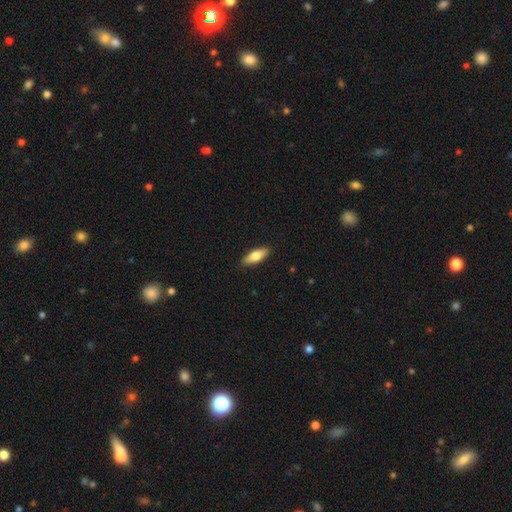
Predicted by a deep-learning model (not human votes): Smooth or featured?
  - smooth: 72% *
  - featured or disk: 22%
  - star or artifact: 6%
How rounded?
  - in between: 63% *
  - cigar-shaped: 34%
  - round: 2%
Merging?
  - none: 90% *
  - minor disturbance: 8%
  - major disturbance: 2%
  - merger: 1%